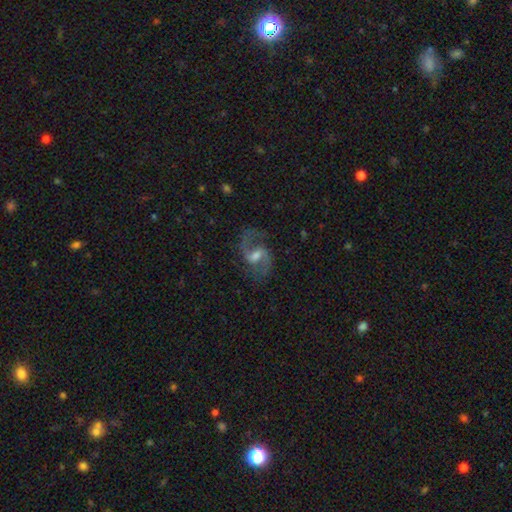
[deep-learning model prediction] smooth-or-featured: featured or disk: 88% | smooth: 6% | star or artifact: 6%
  disk-edge-on: no: 98% | yes: 2%
    bar: weak: 61% | strong: 23% | no: 16%
    has-spiral-arms: yes: 97% | no: 3%
      spiral-winding: medium: 47% | loose: 46% | tight: 7%
      spiral-arm-count: 2: 92% | can't tell: 2% | 1: 2% | 3: 1% | 4: 1% | more than 4: 1%
    bulge-size: moderate: 52% | small: 31% | large: 8% | none: 8% | dominant: 1%
  merging: none: 77% | minor disturbance: 13% | major disturbance: 8% | merger: 2%